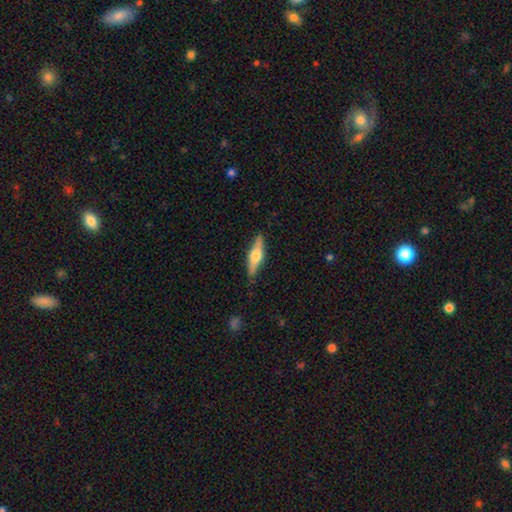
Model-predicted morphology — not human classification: The model was most divided on "smooth or featured": featured or disk: 55%, smooth: 39%, star or artifact: 6%. More confident: edge-on disk — yes (94%); edge-on bulge — rounded (91%); merging — none (85%).